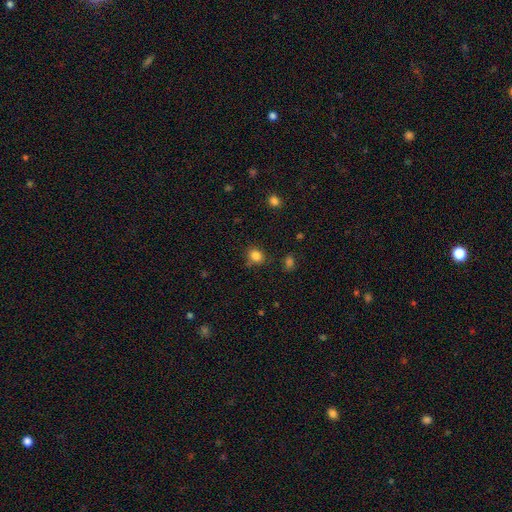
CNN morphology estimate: This appears to be a smooth galaxy with no disk features (83%) that is round (63%). Merging: none (74%).